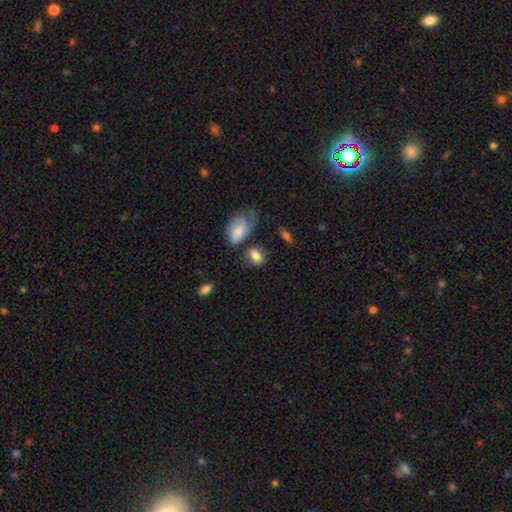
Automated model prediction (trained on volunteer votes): Q: Smooth or featured?
A: smooth (83%); runner-up: featured or disk (9%)
Q: How rounded?
A: in between (68%); runner-up: round (29%)
Q: Merging?
A: none (66%); runner-up: minor disturbance (19%)